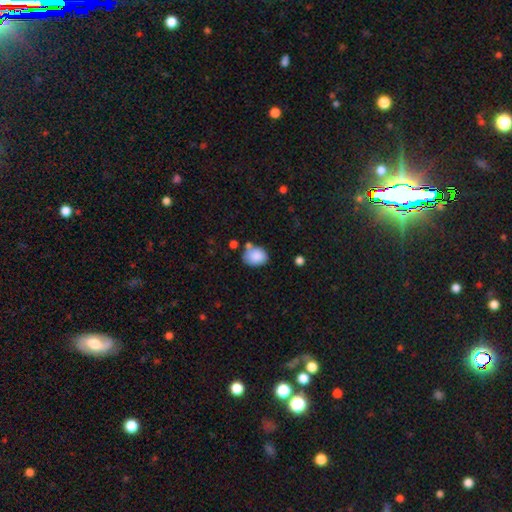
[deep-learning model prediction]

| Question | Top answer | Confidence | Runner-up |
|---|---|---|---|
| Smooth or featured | smooth | 86% | star or artifact (8%) |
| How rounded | in between | 55% | round (44%) |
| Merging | none | 60% | minor disturbance (22%) |